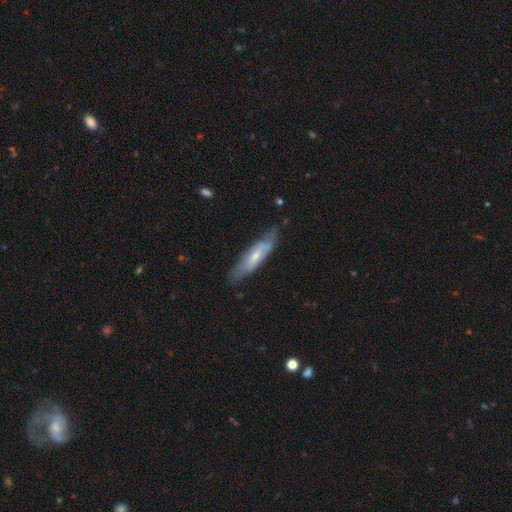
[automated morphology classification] Smooth or featured: featured or disk — 49% (smooth — 45%)
Merging: none — 68% (minor disturbance — 24%)